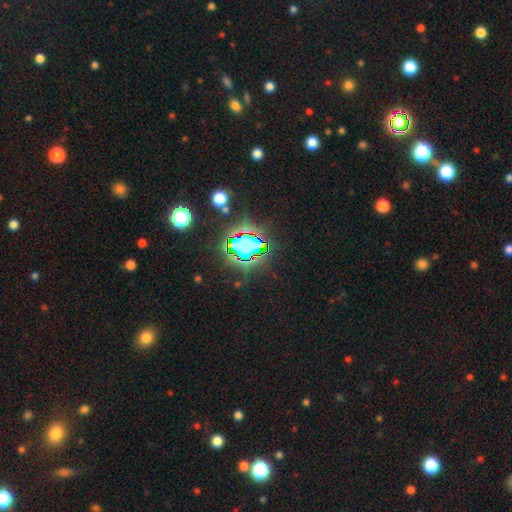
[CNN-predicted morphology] The model was most divided on "smooth or featured": star or artifact: 74%, smooth: 16%, featured or disk: 10%.